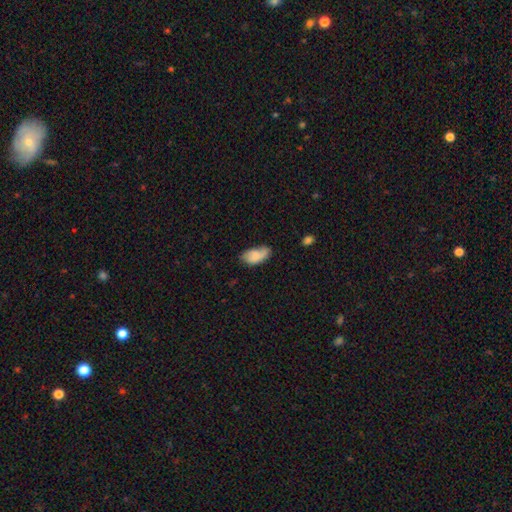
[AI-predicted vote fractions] Smooth or featured? smooth (70%)
How rounded? in between (93%)
Merging? none (47%)